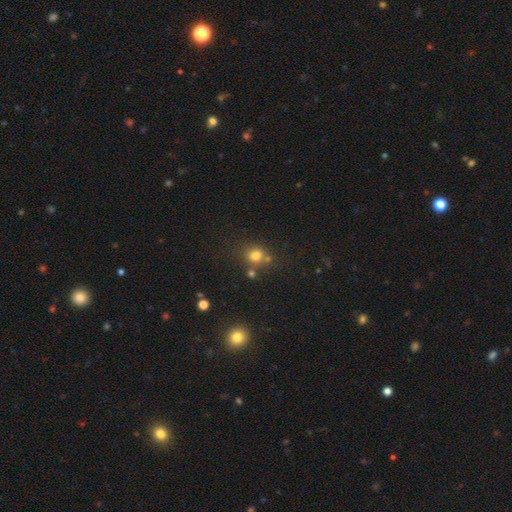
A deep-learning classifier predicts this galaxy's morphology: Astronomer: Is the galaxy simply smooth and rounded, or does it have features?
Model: smooth — 74%.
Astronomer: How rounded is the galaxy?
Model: round — 82%.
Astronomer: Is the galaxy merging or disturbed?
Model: none — 65%.